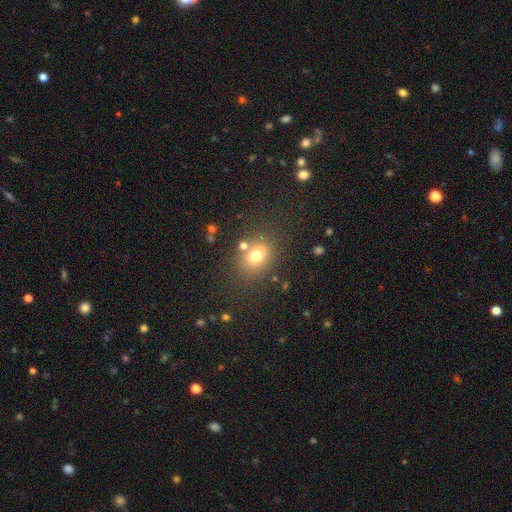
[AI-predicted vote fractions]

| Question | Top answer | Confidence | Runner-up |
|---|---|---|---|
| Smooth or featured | smooth | 72% | star or artifact (15%) |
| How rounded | round | 52% | in between (47%) |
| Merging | none | 71% | minor disturbance (13%) |